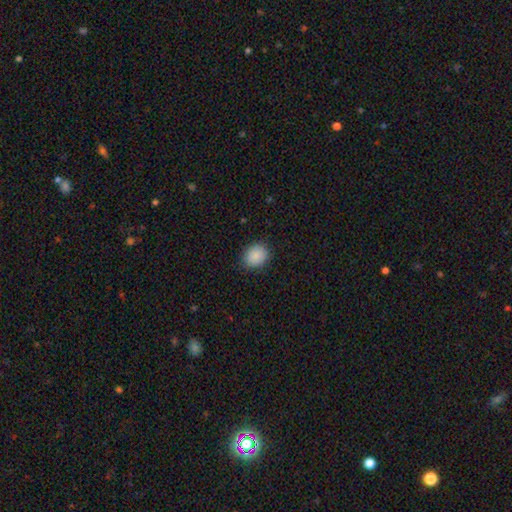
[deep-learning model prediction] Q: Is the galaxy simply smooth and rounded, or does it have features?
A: smooth — 88%.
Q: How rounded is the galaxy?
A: round — 62%.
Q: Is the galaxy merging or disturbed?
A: none — 86%.